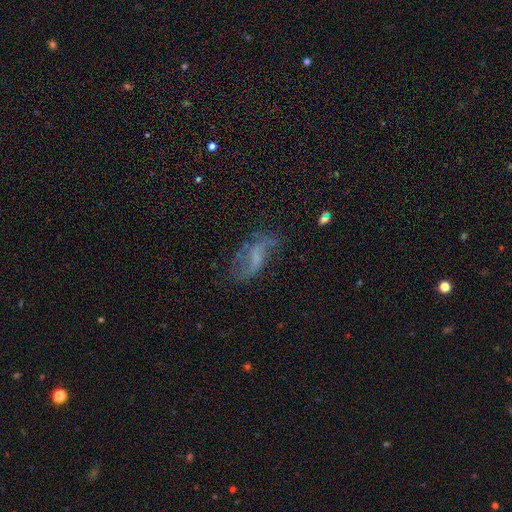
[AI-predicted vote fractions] featured or disk 62%, smooth 26%, star or artifact 12%. Down the decision tree: edge-on disk — no (93%); bar — weak (43%); spiral arms — yes (76%); bulge size — none (51%); merging — none (51%).